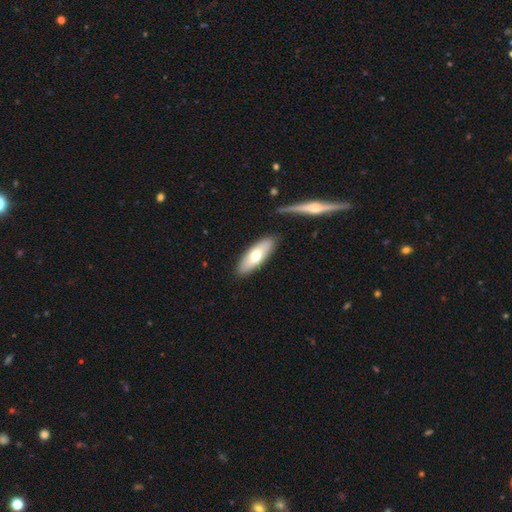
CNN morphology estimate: This is likely a smooth galaxy (63%). How rounded: likely in between (72%). Merging: clearly none (86%).